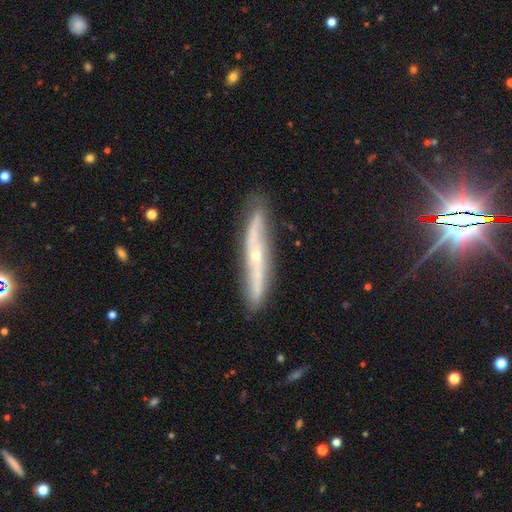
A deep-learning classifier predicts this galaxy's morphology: This appears to be a featured or disk galaxy (79%) viewed edge-on (60%). Merging: none (81%).